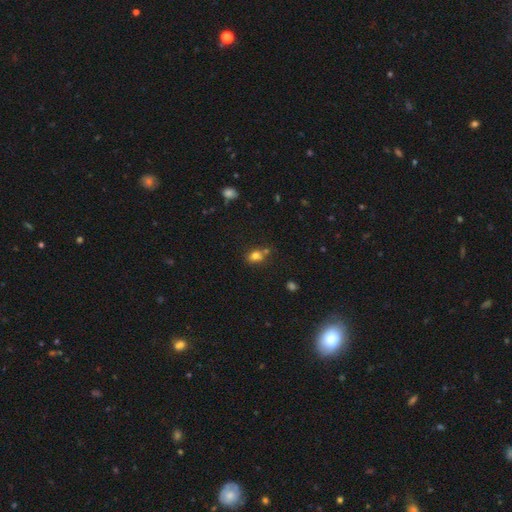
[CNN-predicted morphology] type=smooth (75%); roundness=in between (55%); merging=none (56%).